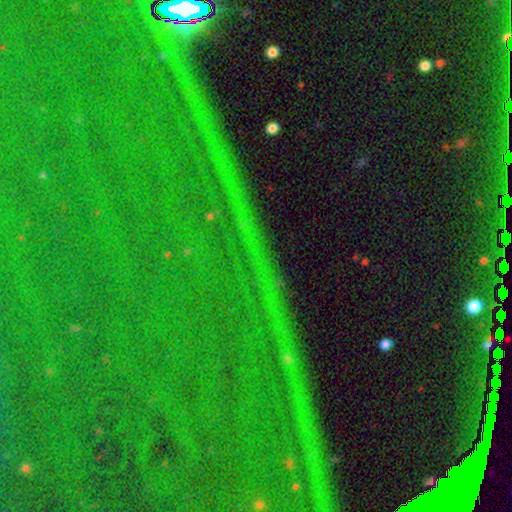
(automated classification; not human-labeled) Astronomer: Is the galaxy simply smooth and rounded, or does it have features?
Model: star or artifact — 78%.